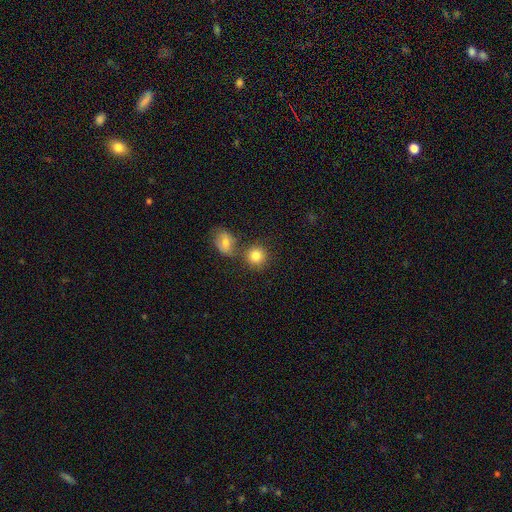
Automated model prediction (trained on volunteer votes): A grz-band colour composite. It shows a smooth galaxy with no disk features (82%) that is round (87%). Merging: none (67%).